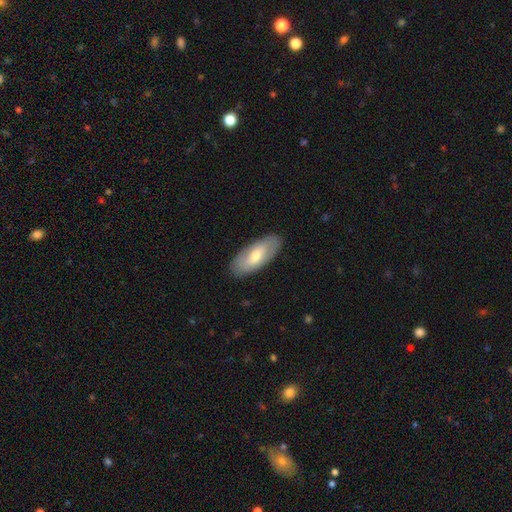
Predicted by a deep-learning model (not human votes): Smooth or featured?
  - smooth: 59% *
  - featured or disk: 36%
  - star or artifact: 6%
How rounded?
  - in between: 85% *
  - cigar-shaped: 13%
  - round: 2%
Merging?
  - none: 87% *
  - minor disturbance: 10%
  - major disturbance: 2%
  - merger: 1%